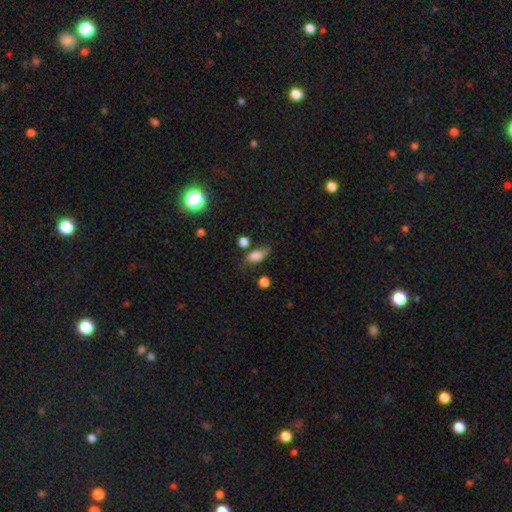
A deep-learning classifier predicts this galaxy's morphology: Smooth or featured: smooth — 81% (star or artifact — 10%)
How rounded: in between — 82% (cigar-shaped — 9%)
Merging: none — 56% (minor disturbance — 27%)